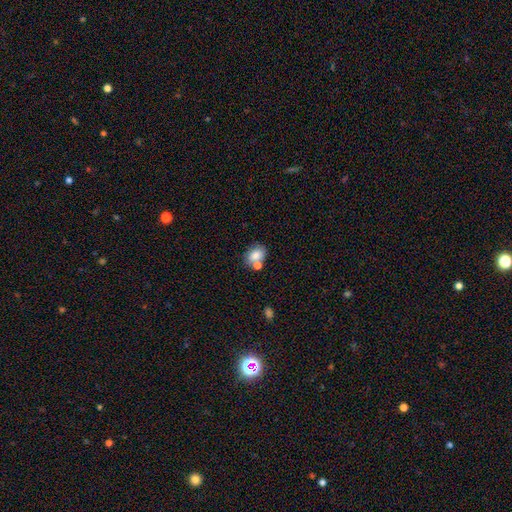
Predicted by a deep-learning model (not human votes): A smooth galaxy with no disk features (80%) that is in between round and cigar-shaped (69%). Merging: none (56%).